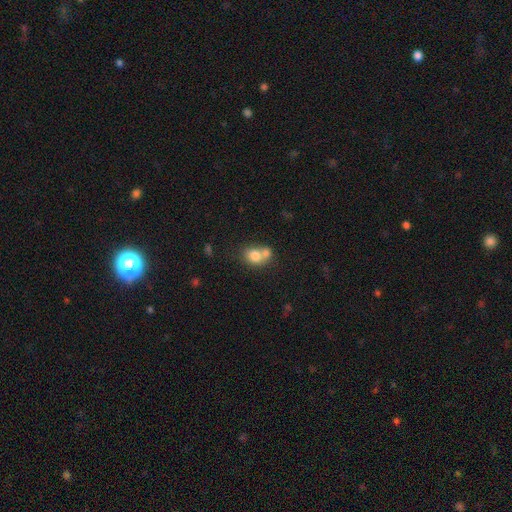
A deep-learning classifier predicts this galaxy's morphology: Smooth or featured?
  - smooth: 76% *
  - featured or disk: 14%
  - star or artifact: 10%
How rounded?
  - round: 55% *
  - in between: 44%
  - cigar-shaped: 1%
Merging?
  - merger: 59% *
  - none: 29%
  - minor disturbance: 8%
  - major disturbance: 4%